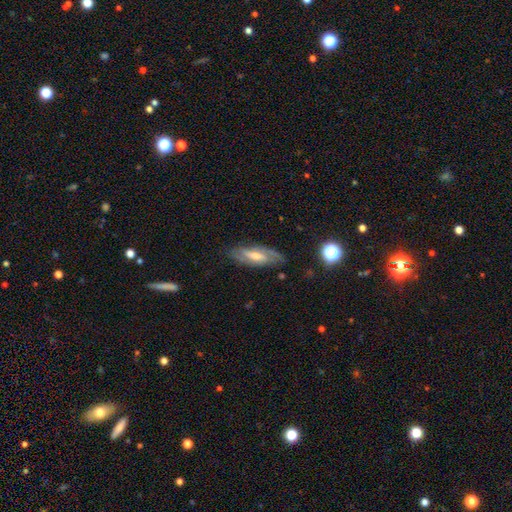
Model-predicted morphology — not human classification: The model was most divided on "bulge size": moderate: 52%, small: 38%, large: 5%, none: 4%, dominant: 1%. Remaining: spiral arms — yes (81%); edge-on disk — no (78%); merging — none (78%); smooth or featured — featured or disk (64%); bar — weak (46%).